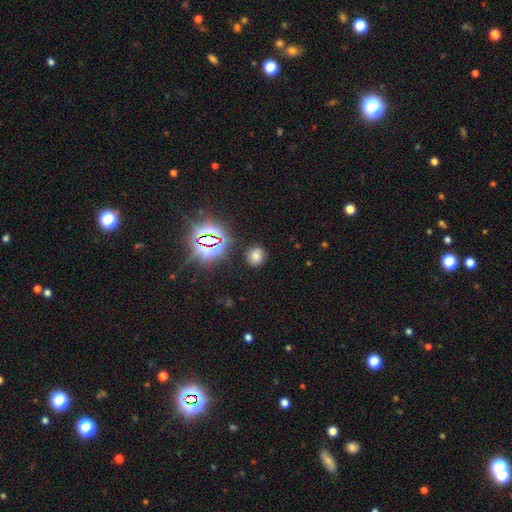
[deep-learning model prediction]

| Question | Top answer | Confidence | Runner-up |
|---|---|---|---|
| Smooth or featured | smooth | 66% | star or artifact (25%) |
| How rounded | round | 85% | in between (14%) |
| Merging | none | 86% | minor disturbance (9%) |